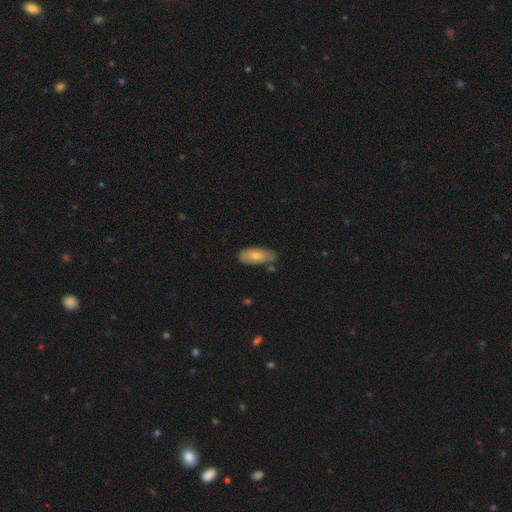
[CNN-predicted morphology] A smooth galaxy with no disk features (70%) that is in between round and cigar-shaped (84%).

Vote fractions:
- Smooth or featured? smooth: 70% / featured or disk: 24% / star or artifact: 6%
- How rounded? in between: 84% / cigar-shaped: 13% / round: 3%
- Merging? none: 64% / minor disturbance: 26% / merger: 6% / major disturbance: 5%